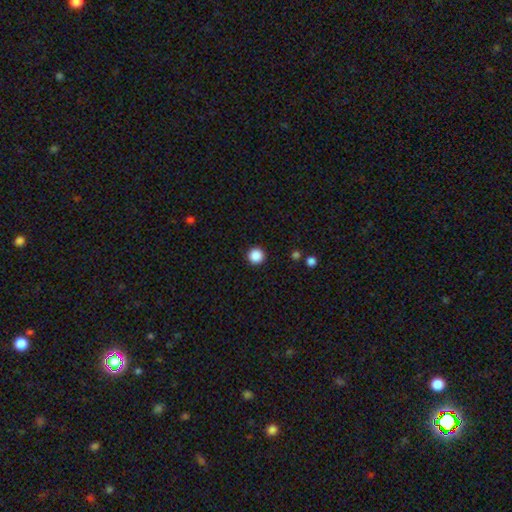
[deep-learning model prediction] Smooth or featured? Predicted: smooth (p=0.88). How rounded? Predicted: round (p=0.96). Merging? Predicted: none (p=0.93).